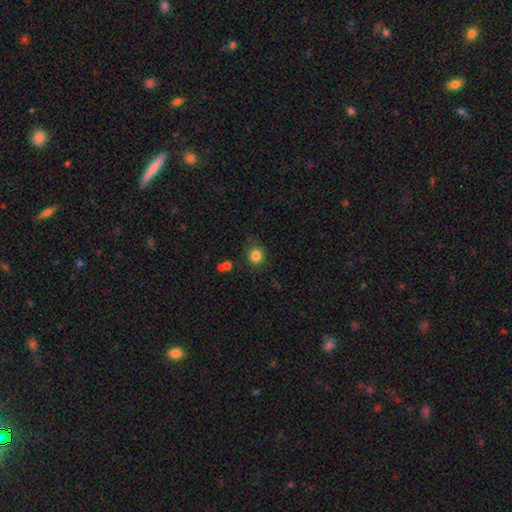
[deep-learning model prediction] smooth_or_featured: smooth (p=0.84) [alt: star or artifact p=0.11]
how_rounded: round (p=0.81) [alt: in between p=0.18]
merging: none (p=0.81) [alt: minor disturbance p=0.12]